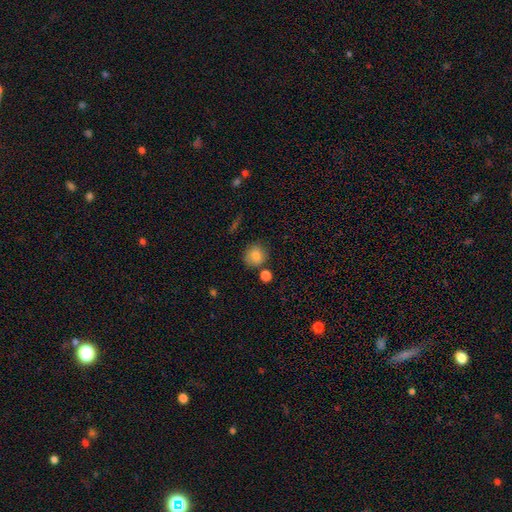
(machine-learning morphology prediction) A smooth galaxy with no disk features (84%) that is round (82%). Merging: none (73%).